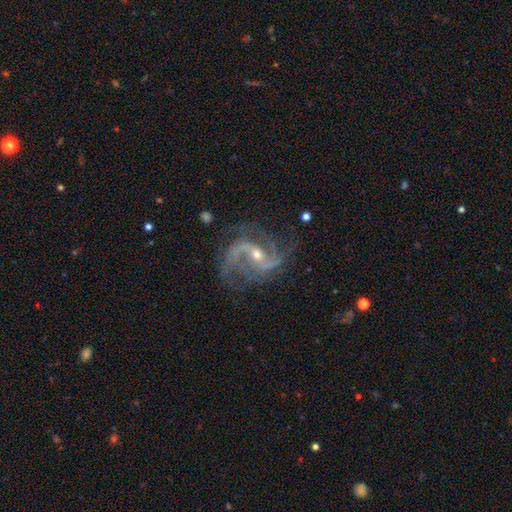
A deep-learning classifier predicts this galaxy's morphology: This is clearly a featured or disk galaxy (91%). It is clearly not viewed edge-on (98%). Bar: marginally weak (40%). Spiral arm pattern: clearly yes (98%). Spiral arm count: likely 2 (79%). Spiral winding: marginally loose (45%). Central bulge: possibly small (51%). Merging: likely none (70%).